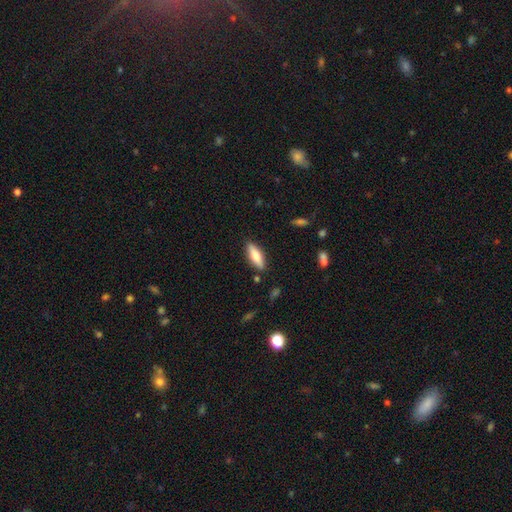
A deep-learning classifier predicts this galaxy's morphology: smooth_or_featured: smooth (p=0.68) [alt: featured or disk p=0.25]
how_rounded: in between (p=0.52) [alt: cigar-shaped p=0.46]
merging: none (p=0.86) [alt: minor disturbance p=0.10]